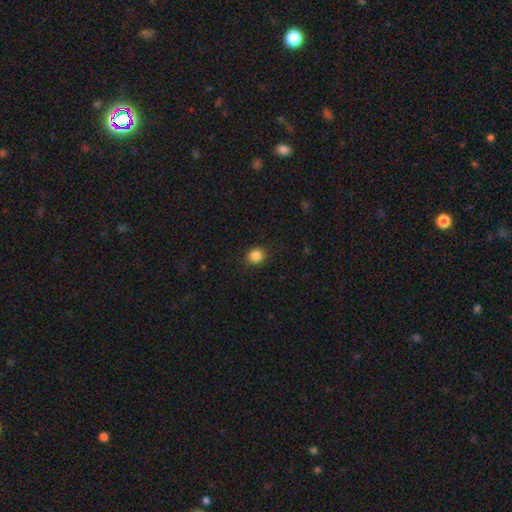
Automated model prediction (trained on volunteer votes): The model was most divided on "how rounded": round: 78%, in between: 21%, cigar-shaped: 1%. More confident: merging — none (89%); smooth or featured — smooth (86%).